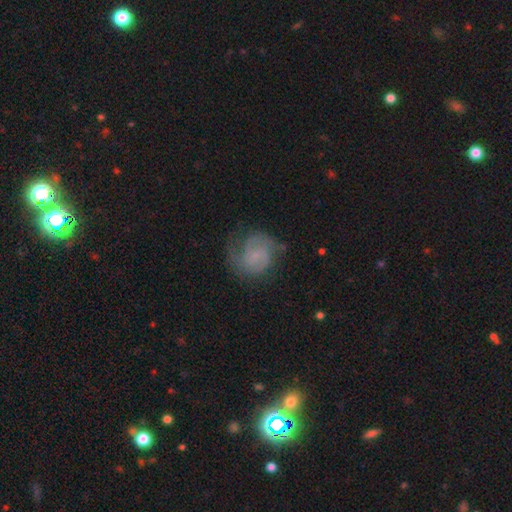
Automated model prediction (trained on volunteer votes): Q: Smooth or featured?
A: featured or disk (66%); runner-up: smooth (25%)
Q: Edge-on disk?
A: no (98%); runner-up: yes (2%)
Q: Bar?
A: no (58%); runner-up: weak (36%)
Q: Spiral arms?
A: yes (91%); runner-up: no (9%)
Q: Spiral winding?
A: medium (43%); runner-up: tight (39%)
Q: Spiral arm count?
A: 2 (59%); runner-up: can't tell (19%)
Q: Bulge size?
A: small (47%); runner-up: none (41%)
Q: Merging?
A: none (64%); runner-up: minor disturbance (20%)